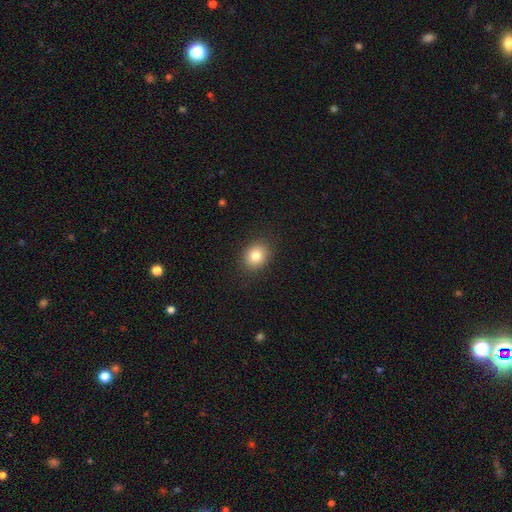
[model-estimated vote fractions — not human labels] Smooth or featured? Predicted: smooth (p=0.83). How rounded? Predicted: round (p=0.57). Merging? Predicted: none (p=0.88).